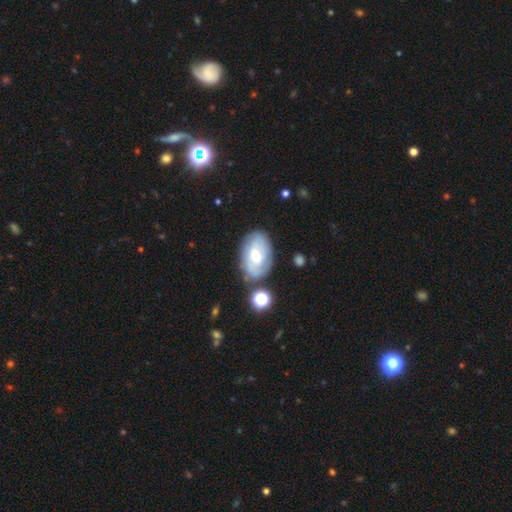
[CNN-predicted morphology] Smooth or featured?
  - featured or disk: 58% *
  - smooth: 35%
  - star or artifact: 8%
Edge-on disk?
  - no: 94% *
  - yes: 6%
Bar?
  - no: 52% *
  - weak: 39%
  - strong: 9%
Spiral arms?
  - yes: 71% *
  - no: 29%
Bulge size?
  - moderate: 55% *
  - small: 38%
  - large: 5%
  - none: 1%
  - dominant: 1%
Merging?
  - none: 68% *
  - minor disturbance: 19%
  - major disturbance: 6%
  - merger: 6%